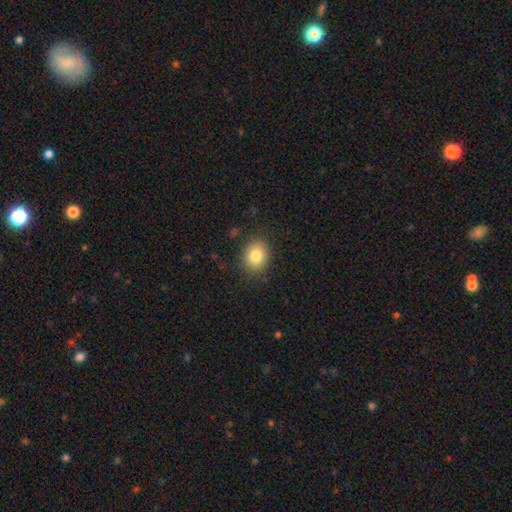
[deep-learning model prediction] smooth_or_featured: smooth (p=0.81) [alt: star or artifact p=0.10]
how_rounded: round (p=0.55) [alt: in between p=0.44]
merging: none (p=0.84) [alt: minor disturbance p=0.11]